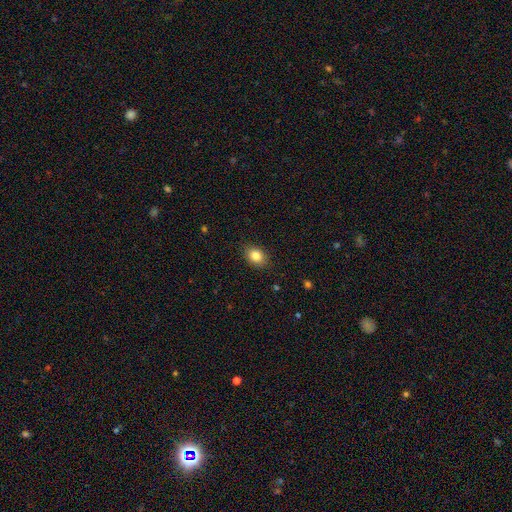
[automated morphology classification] Smooth or featured? smooth (84%)
How rounded? in between (69%)
Merging? none (86%)